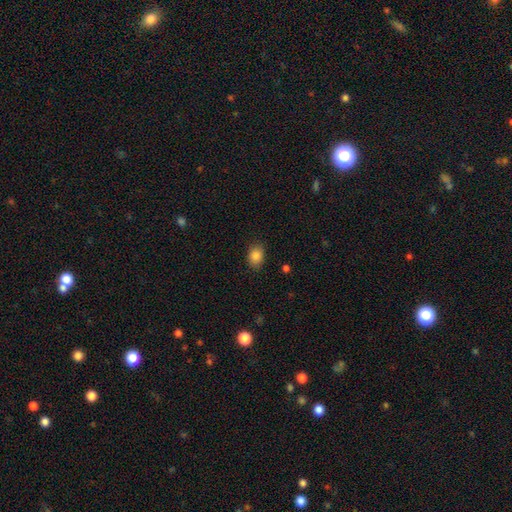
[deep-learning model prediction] Smooth or featured?
  - smooth: 84% *
  - star or artifact: 10%
  - featured or disk: 6%
How rounded?
  - in between: 69% *
  - round: 30%
  - cigar-shaped: 1%
Merging?
  - none: 84% *
  - minor disturbance: 12%
  - major disturbance: 3%
  - merger: 1%